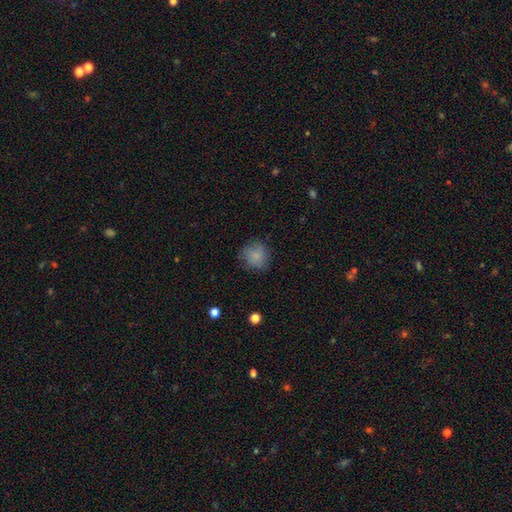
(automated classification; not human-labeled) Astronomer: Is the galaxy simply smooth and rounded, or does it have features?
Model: smooth — 83%.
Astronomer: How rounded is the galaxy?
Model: round — 87%.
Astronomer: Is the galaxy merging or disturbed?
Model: none — 79%.